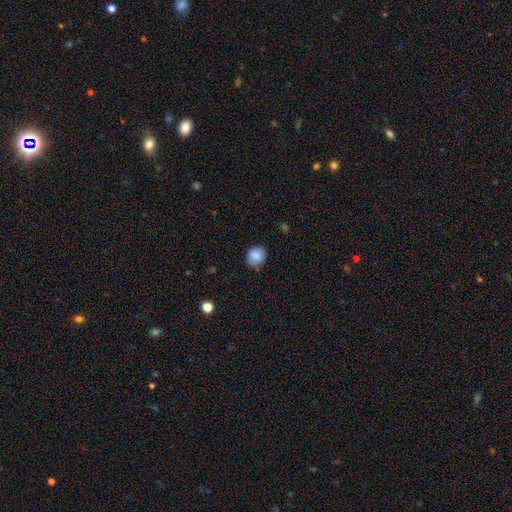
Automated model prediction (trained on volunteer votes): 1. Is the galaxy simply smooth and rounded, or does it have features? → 83% smooth, 9% star or artifact, 8% featured or disk.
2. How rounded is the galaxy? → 67% round, 32% in between, 1% cigar-shaped.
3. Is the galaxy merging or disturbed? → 75% none, 20% minor disturbance, 4% major disturbance, 2% merger.